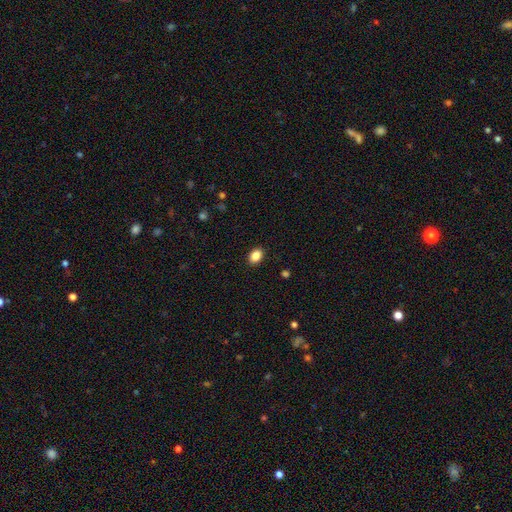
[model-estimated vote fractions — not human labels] smooth_or_featured: smooth (p=0.87) [alt: star or artifact p=0.09]
how_rounded: in between (p=0.71) [alt: round p=0.28]
merging: none (p=0.89) [alt: minor disturbance p=0.07]